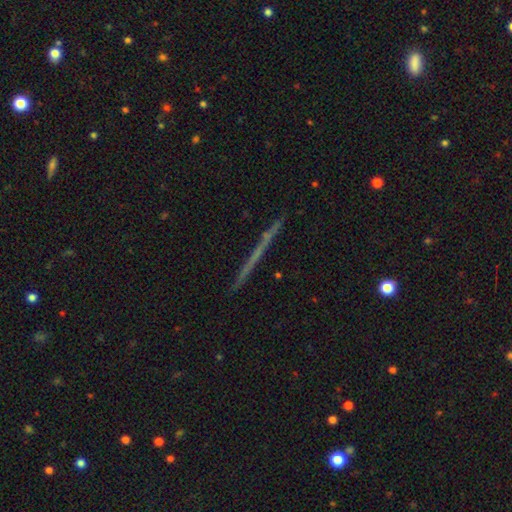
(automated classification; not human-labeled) smooth_or_featured: featured or disk (p=0.59) [alt: smooth p=0.31]
disk_edge_on: yes (p=0.97) [alt: no p=0.03]
edge_on_bulge: none (p=0.88) [alt: rounded p=0.08]
merging: none (p=0.92) [alt: minor disturbance p=0.06]